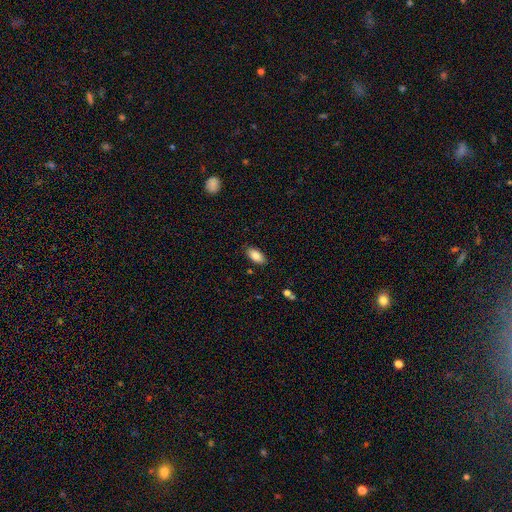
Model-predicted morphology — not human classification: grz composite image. It shows a smooth galaxy with no disk features (86%) that is in between round and cigar-shaped (92%). Merging: none (86%).